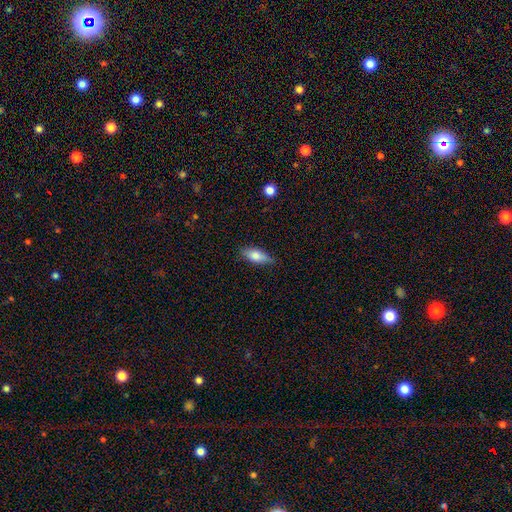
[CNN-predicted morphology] Smooth or featured?
  - smooth: 72% *
  - featured or disk: 21%
  - star or artifact: 7%
How rounded?
  - in between: 74% *
  - cigar-shaped: 23%
  - round: 3%
Merging?
  - none: 78% *
  - minor disturbance: 18%
  - major disturbance: 3%
  - merger: 1%